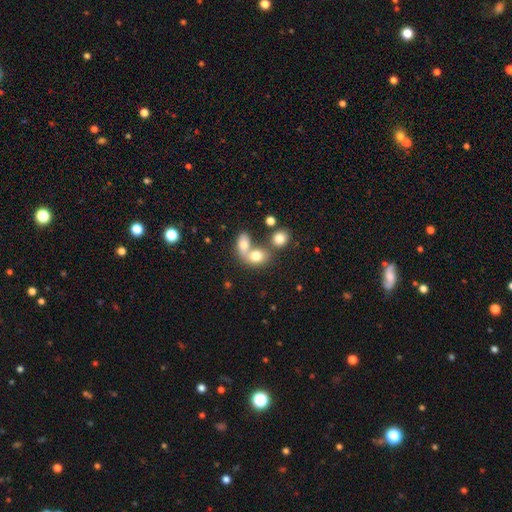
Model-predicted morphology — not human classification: smooth_or_featured: smooth (p=0.74) [alt: featured or disk p=0.16]
how_rounded: in between (p=0.55) [alt: round p=0.44]
merging: merger (p=0.64) [alt: none p=0.25]